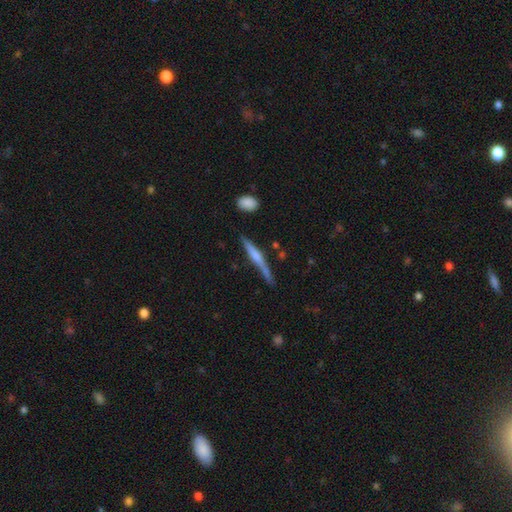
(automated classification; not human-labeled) A featured or disk galaxy (62%) viewed edge-on (97%) with a rounded central bulge (61%).

Vote fractions:
- Smooth or featured? featured or disk: 62% / smooth: 32% / star or artifact: 6%
- Edge-on disk? yes: 97% / no: 3%
- Edge-on bulge? rounded: 61% / none: 20% / boxy: 19%
- Merging? none: 78% / minor disturbance: 15% / merger: 3% / major disturbance: 3%